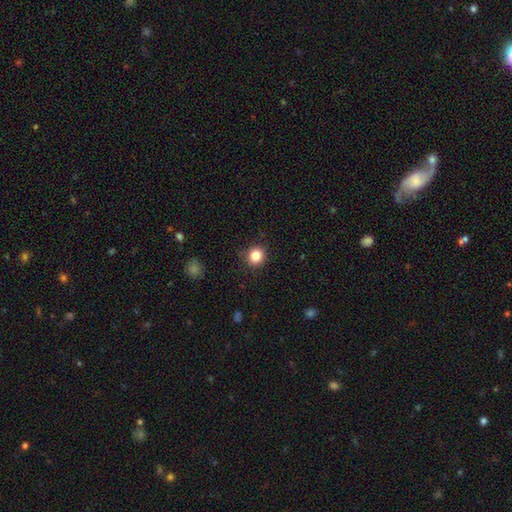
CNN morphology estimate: Overall: smooth (85%). How rounded: round (86%). Merging: none (89%).